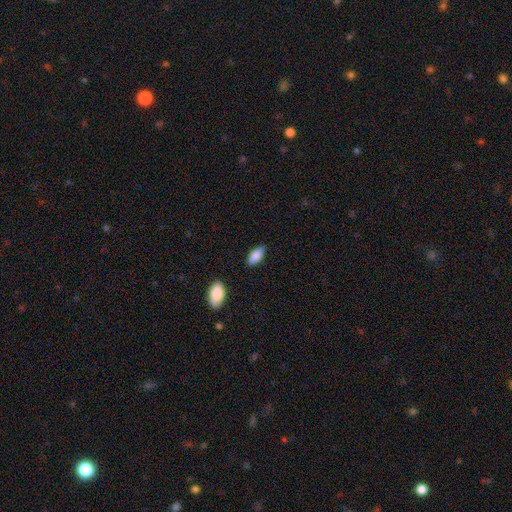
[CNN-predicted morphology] Q: Smooth or featured?
A: smooth (88%); runner-up: star or artifact (6%)
Q: How rounded?
A: in between (90%); runner-up: cigar-shaped (7%)
Q: Merging?
A: none (81%); runner-up: minor disturbance (14%)